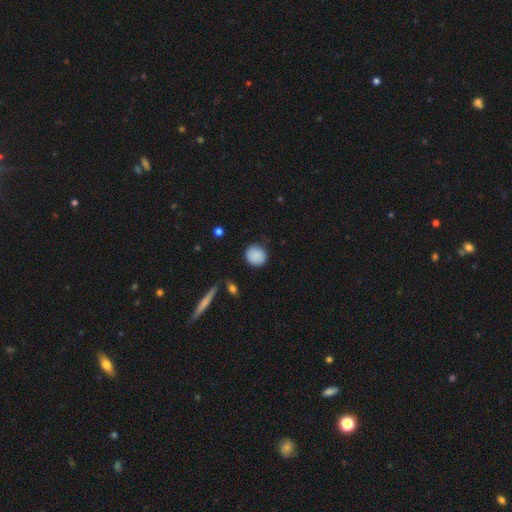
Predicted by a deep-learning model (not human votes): smooth_or_featured: smooth (p=0.88) [alt: star or artifact p=0.08]
how_rounded: round (p=0.85) [alt: in between p=0.14]
merging: none (p=0.82) [alt: minor disturbance p=0.13]